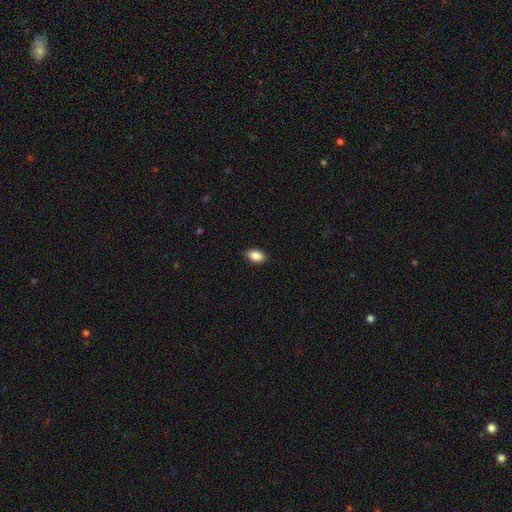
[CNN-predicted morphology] Smooth or featured? smooth (88%)
How rounded? in between (90%)
Merging? none (87%)